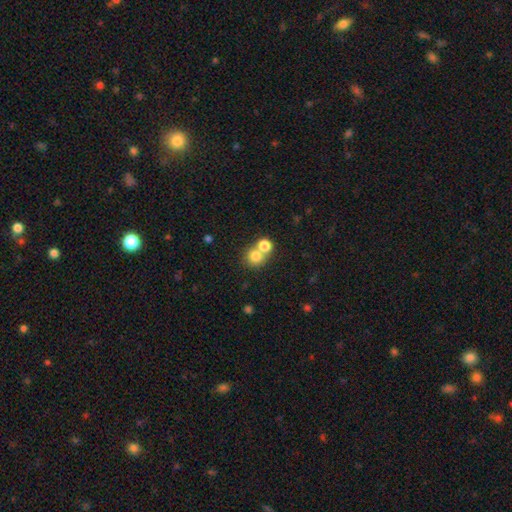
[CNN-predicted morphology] Q: Smooth or featured?
A: smooth (77%); runner-up: star or artifact (12%)
Q: How rounded?
A: round (82%); runner-up: in between (17%)
Q: Merging?
A: merger (51%); runner-up: none (40%)